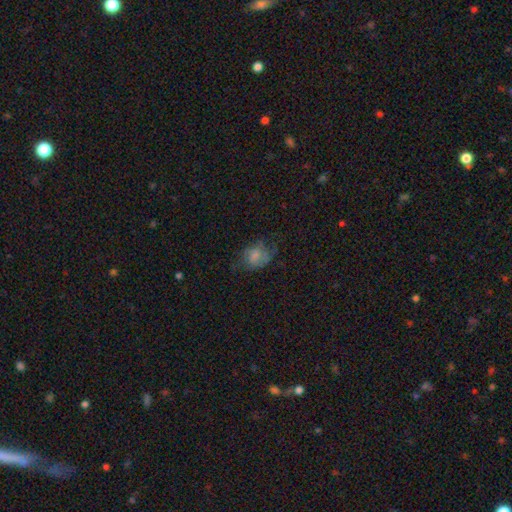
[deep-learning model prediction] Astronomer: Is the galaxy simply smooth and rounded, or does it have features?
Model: smooth — 57%.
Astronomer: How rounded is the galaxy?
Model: in between — 66%.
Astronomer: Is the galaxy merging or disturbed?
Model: none — 41% (runner-up: major disturbance, 31%).